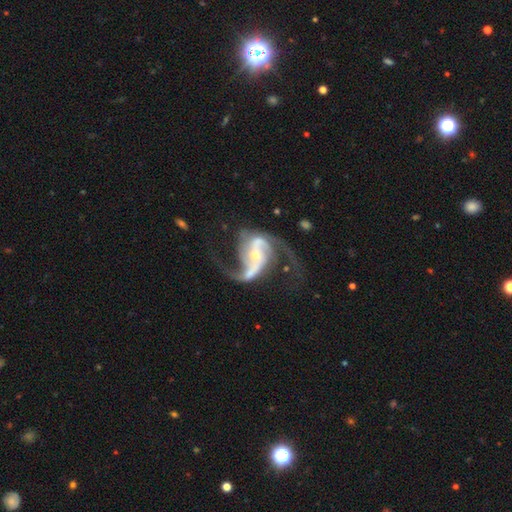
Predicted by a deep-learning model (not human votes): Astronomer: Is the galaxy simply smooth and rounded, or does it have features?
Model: featured or disk — 92%.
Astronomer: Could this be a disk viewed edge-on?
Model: no — 97%.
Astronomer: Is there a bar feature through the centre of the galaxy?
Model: strong — 36% (runner-up: no, 33%).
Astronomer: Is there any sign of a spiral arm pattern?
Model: yes — 98%.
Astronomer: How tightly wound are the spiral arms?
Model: loose — 55% (runner-up: medium, 37%).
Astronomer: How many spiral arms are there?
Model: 2 — 89%.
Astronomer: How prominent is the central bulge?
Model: small — 59% (runner-up: moderate, 36%).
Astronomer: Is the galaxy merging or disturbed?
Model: none — 62%.